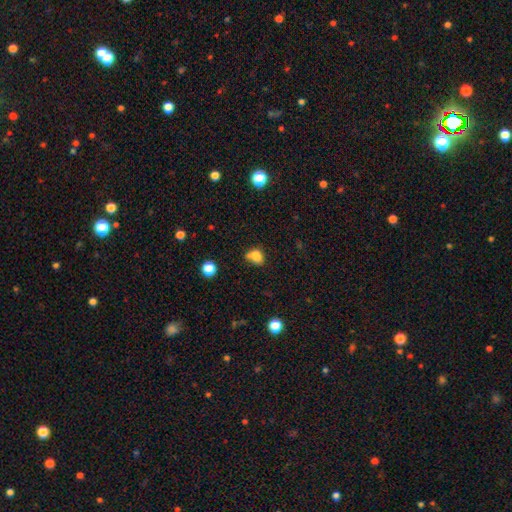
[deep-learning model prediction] This is likely a smooth galaxy (78%). How rounded: possibly in between (53%). Merging: marginally none (43%).